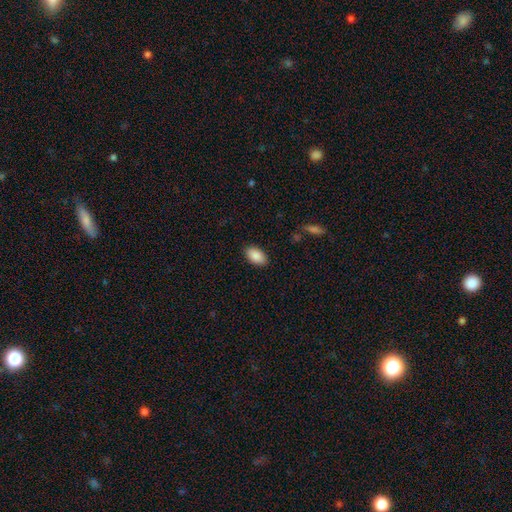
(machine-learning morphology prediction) Smooth or featured?
  - smooth: 89% *
  - star or artifact: 7%
  - featured or disk: 4%
How rounded?
  - in between: 93% *
  - round: 5%
  - cigar-shaped: 2%
Merging?
  - none: 88% *
  - minor disturbance: 9%
  - major disturbance: 2%
  - merger: 1%